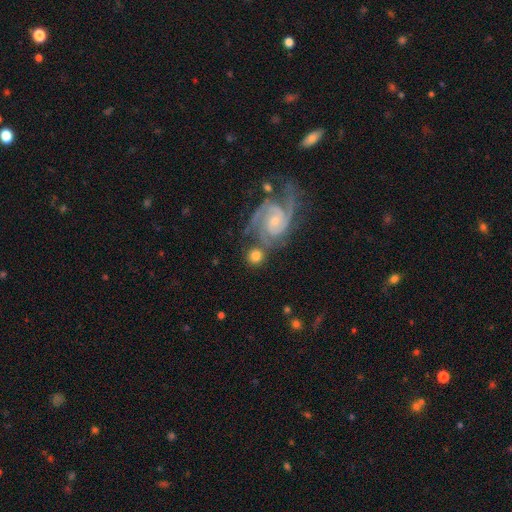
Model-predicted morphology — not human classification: This is possibly a smooth galaxy (53%). How rounded: clearly round (86%). Merging: likely none (63%).